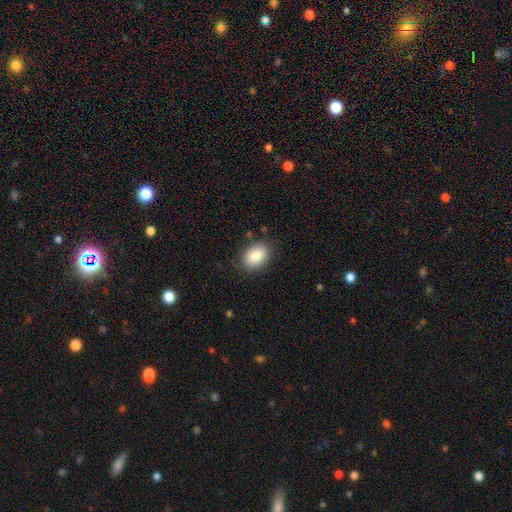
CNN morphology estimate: This appears to be a smooth galaxy with no disk features (88%) that is in between round and cigar-shaped (82%). Merging: none (83%).